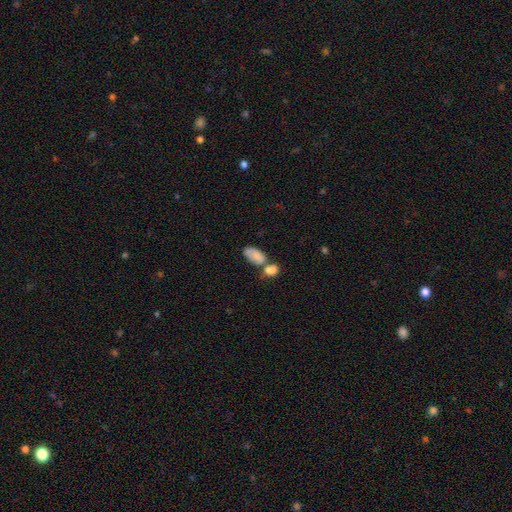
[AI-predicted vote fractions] Smooth or featured? Predicted: smooth (p=0.82). How rounded? Predicted: in between (p=0.92). Merging? Predicted: merger (p=0.54).